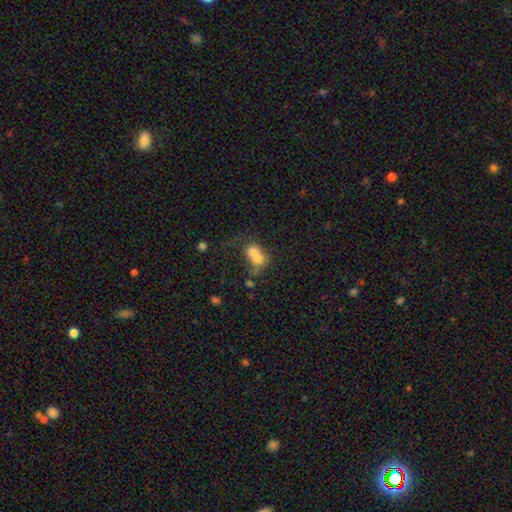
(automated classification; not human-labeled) Q: Smooth or featured?
A: smooth (67%); runner-up: featured or disk (21%)
Q: How rounded?
A: in between (49%); tied with: round (49%)
Q: Merging?
A: merger (69%); runner-up: none (17%)